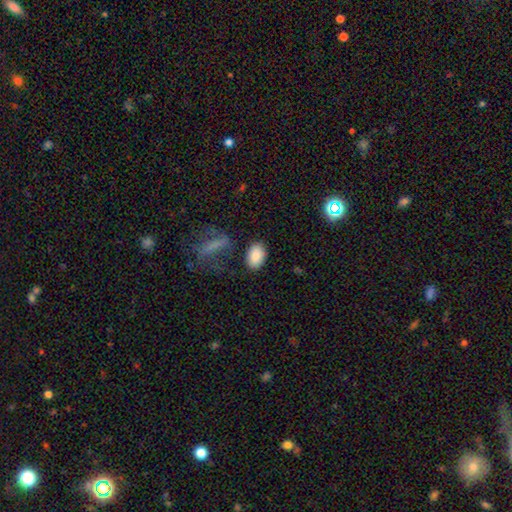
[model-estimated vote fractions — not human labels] smooth-or-featured: smooth: 87% | star or artifact: 7% | featured or disk: 6%
  how-rounded: in between: 90% | round: 9% | cigar-shaped: 1%
  merging: none: 82% | minor disturbance: 11% | merger: 4% | major disturbance: 3%